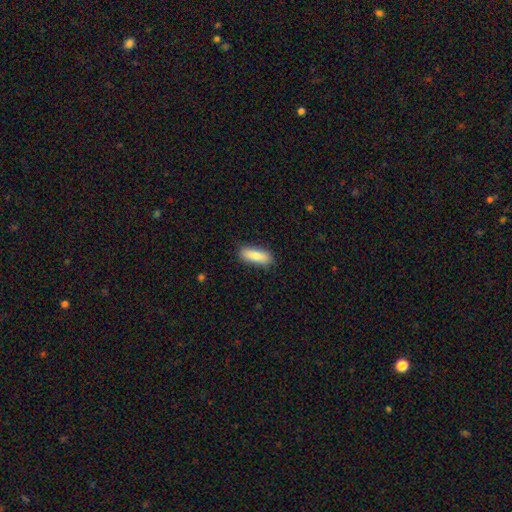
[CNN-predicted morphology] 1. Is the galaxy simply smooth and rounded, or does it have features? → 87% smooth, 7% featured or disk, 6% star or artifact.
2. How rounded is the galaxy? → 64% in between, 34% cigar-shaped, 2% round.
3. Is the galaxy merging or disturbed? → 86% none, 10% minor disturbance, 2% major disturbance, 1% merger.